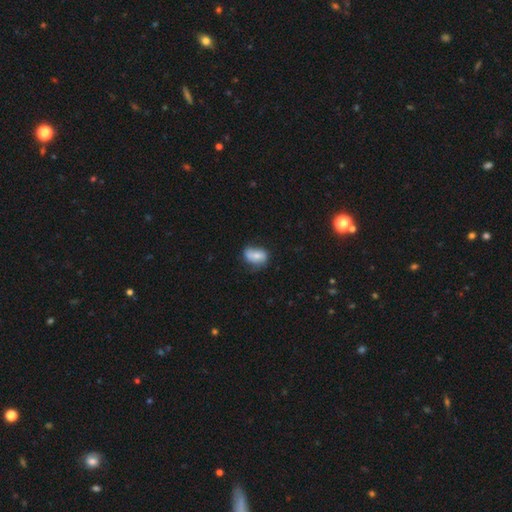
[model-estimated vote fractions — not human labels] This is likely a smooth galaxy (67%). How rounded: clearly in between (82%). Merging: possibly none (49%).